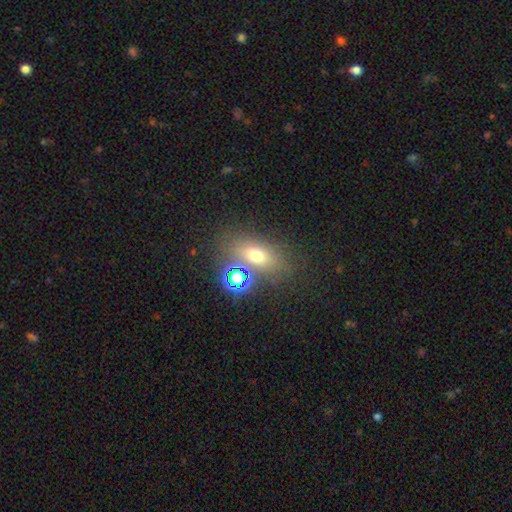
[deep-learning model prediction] Q: Smooth or featured?
A: smooth (61%); runner-up: star or artifact (23%)
Q: How rounded?
A: in between (68%); runner-up: round (26%)
Q: Merging?
A: none (71%); runner-up: minor disturbance (12%)